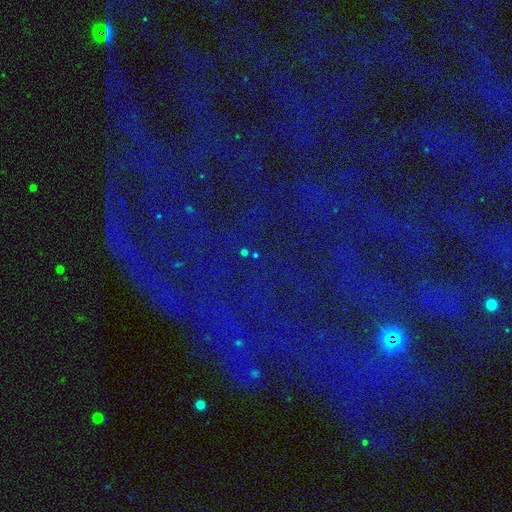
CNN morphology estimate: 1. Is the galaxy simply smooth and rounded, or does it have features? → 82% star or artifact, 10% smooth, 7% featured or disk.